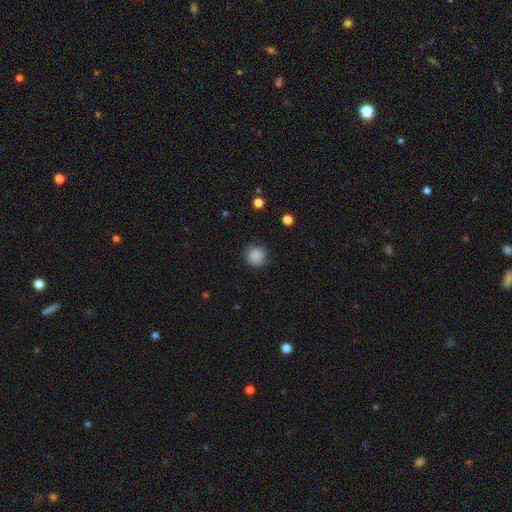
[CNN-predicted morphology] A smooth galaxy with no disk features (87%) that is round (93%).

Vote fractions:
- Smooth or featured? smooth: 87% / star or artifact: 10% / featured or disk: 3%
- How rounded? round: 93% / in between: 6% / cigar-shaped: 1%
- Merging? none: 89% / minor disturbance: 8% / major disturbance: 2% / merger: 1%